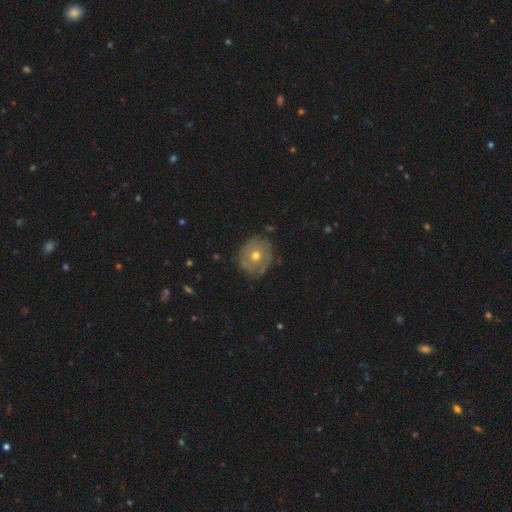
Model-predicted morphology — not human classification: featured or disk 52%, smooth 39%, star or artifact 9%. Down the decision tree: edge-on disk — no (95%); merging — none (73%).